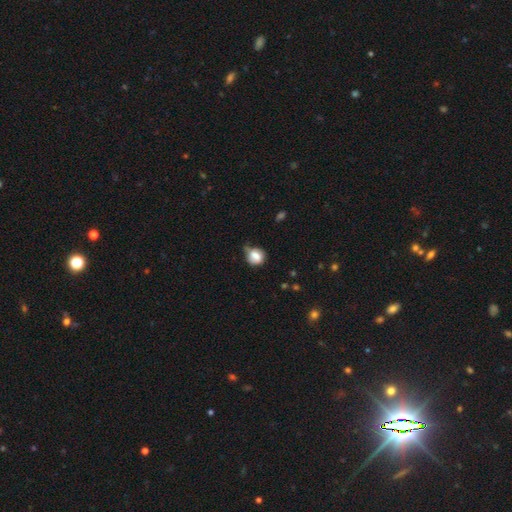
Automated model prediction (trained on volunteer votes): Overall: smooth (75%). How rounded: round (70%). Merging: none (47%; minor disturbance 35%).